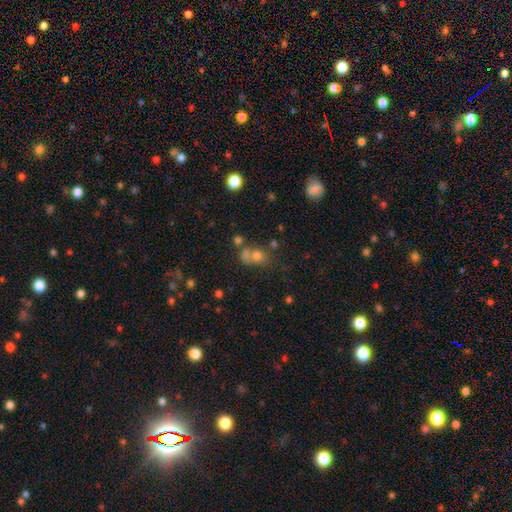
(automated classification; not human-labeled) Smooth or featured? Predicted: smooth (p=0.64). How rounded? Predicted: round (p=0.64). Merging? Predicted: merger (p=0.42).